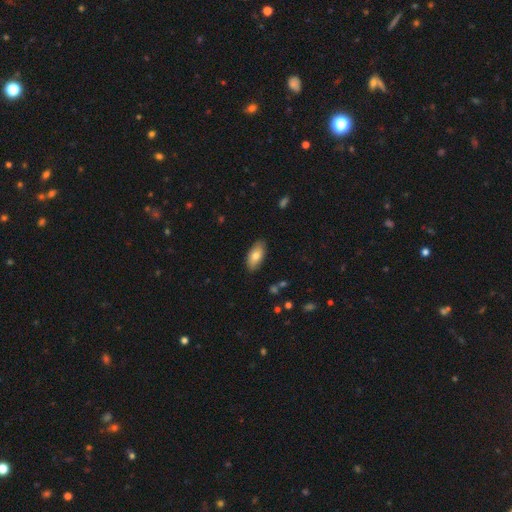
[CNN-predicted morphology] This is likely a smooth galaxy (76%). How rounded: clearly in between (91%). Merging: clearly none (86%).